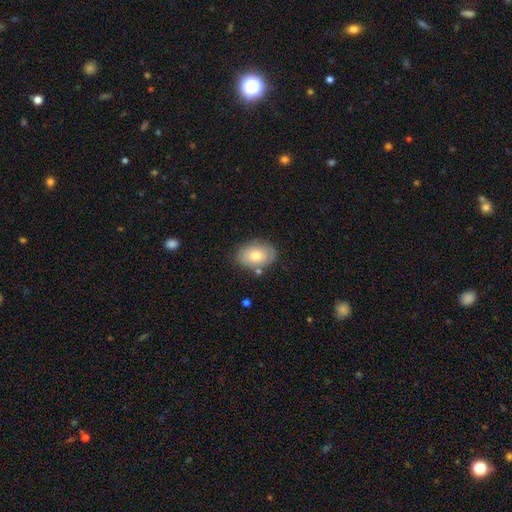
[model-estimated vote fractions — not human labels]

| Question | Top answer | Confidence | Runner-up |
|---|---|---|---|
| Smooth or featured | smooth | 72% | featured or disk (21%) |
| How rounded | in between | 83% | round (16%) |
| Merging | none | 76% | minor disturbance (16%) |